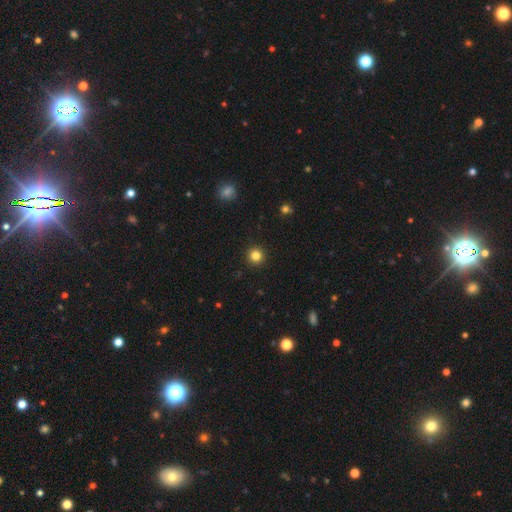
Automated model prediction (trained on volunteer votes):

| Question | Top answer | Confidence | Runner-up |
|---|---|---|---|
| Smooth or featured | smooth | 83% | star or artifact (13%) |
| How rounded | round | 96% | in between (3%) |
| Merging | none | 93% | minor disturbance (4%) |